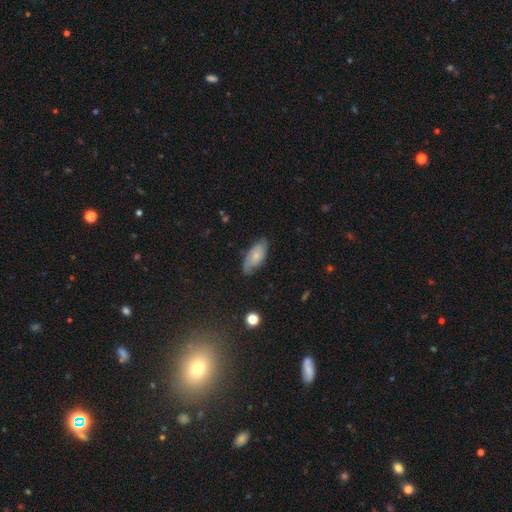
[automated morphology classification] The model was most divided on "smooth or featured": smooth: 47%, featured or disk: 46%, star or artifact: 7%. More confident: merging — none (70%).